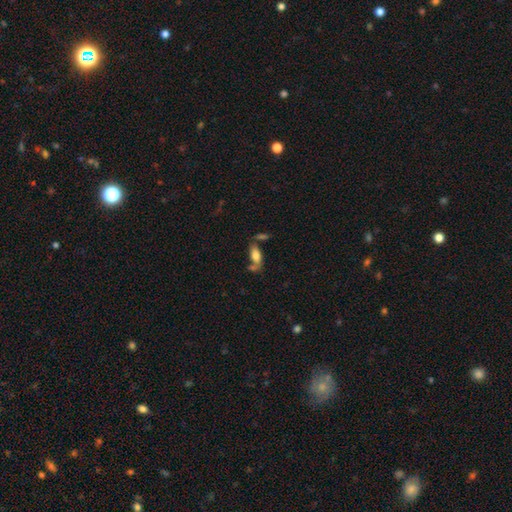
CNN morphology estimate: type=smooth (73%); roundness=in between (83%); merging=none (56%).